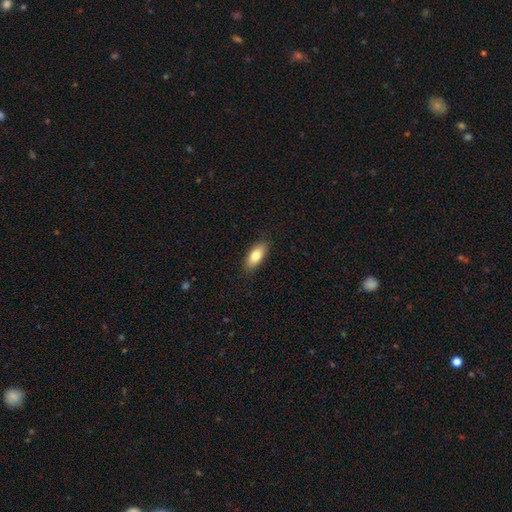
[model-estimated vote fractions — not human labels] Overall: smooth (80%). How rounded: in between (85%). Merging: none (86%).